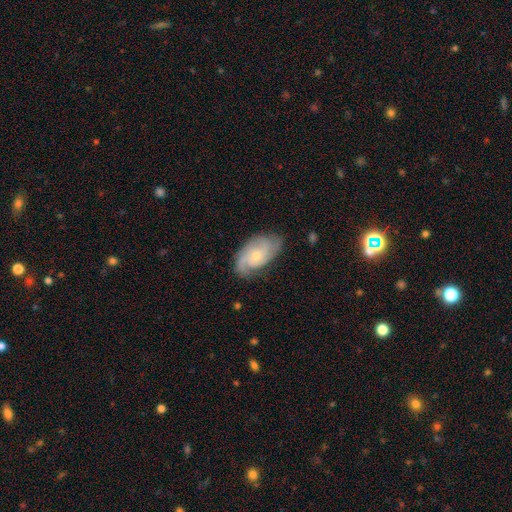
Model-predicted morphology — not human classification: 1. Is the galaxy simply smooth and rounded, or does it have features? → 76% featured or disk, 18% smooth, 5% star or artifact.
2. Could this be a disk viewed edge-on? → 96% no, 4% yes.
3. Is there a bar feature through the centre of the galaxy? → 72% no, 24% weak, 3% strong.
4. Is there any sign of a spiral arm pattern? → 94% yes, 6% no.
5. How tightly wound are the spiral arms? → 45% tight, 40% medium, 15% loose.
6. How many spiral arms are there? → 36% 2, 26% 3, 22% can't tell, 6% 4, 6% 1, 4% more than 4.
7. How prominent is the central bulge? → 59% small, 38% moderate, 2% none, 1% large, 1% dominant.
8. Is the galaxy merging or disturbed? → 72% none, 21% minor disturbance, 6% major disturbance, 1% merger.